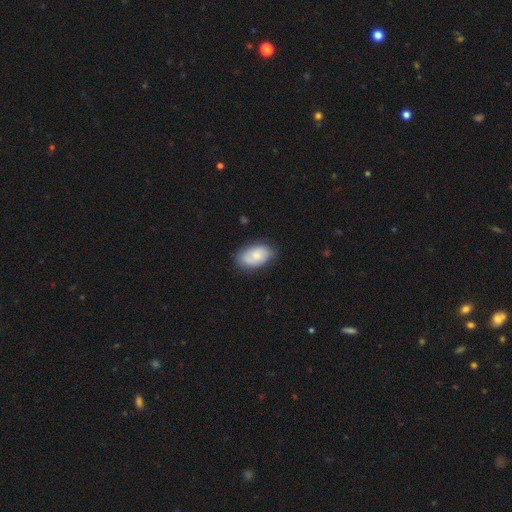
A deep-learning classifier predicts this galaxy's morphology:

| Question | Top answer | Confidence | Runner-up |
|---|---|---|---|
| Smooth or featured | smooth | 64% | featured or disk (30%) |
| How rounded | in between | 91% | round (7%) |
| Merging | none | 77% | minor disturbance (18%) |